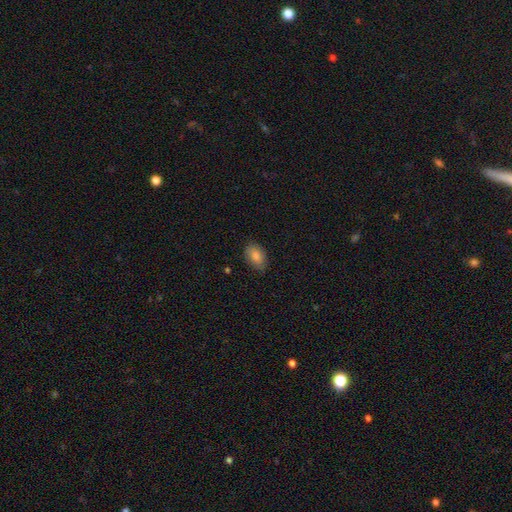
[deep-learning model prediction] This is clearly a smooth galaxy (82%). How rounded: clearly in between (89%). Merging: clearly none (82%).